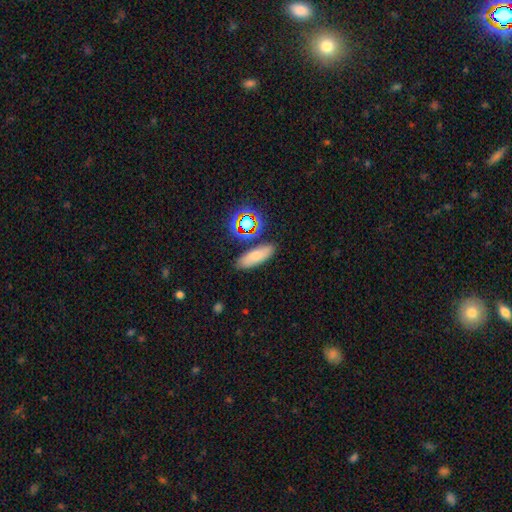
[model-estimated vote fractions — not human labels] Smooth or featured? Predicted: smooth (p=0.67). How rounded? Predicted: in between (p=0.65). Merging? Predicted: none (p=0.79).